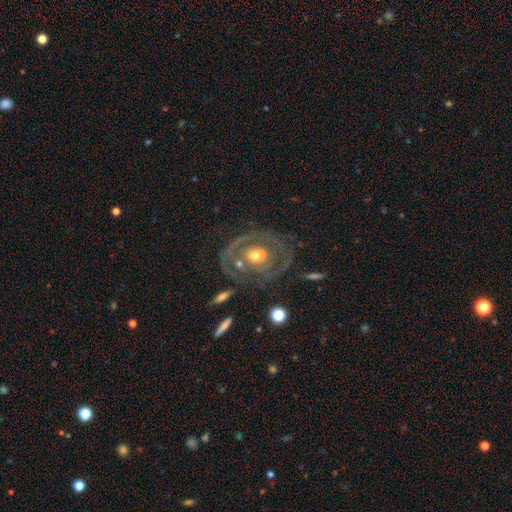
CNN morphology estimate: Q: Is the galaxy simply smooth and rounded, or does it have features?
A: featured or disk — 72%.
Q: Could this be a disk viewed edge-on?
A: no — 95%.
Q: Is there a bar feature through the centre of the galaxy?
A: no — 79%.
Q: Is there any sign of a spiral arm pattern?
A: no — 54%.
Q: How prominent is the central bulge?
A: moderate — 58%.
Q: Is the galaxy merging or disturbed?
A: none — 58%.